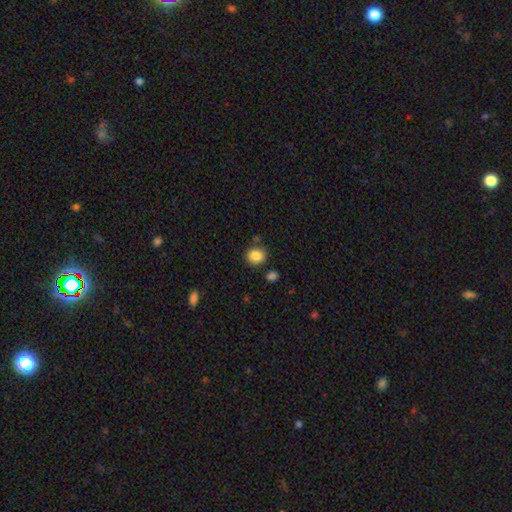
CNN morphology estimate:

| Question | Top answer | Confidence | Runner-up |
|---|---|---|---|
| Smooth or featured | smooth | 87% | star or artifact (9%) |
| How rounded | round | 77% | in between (22%) |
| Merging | none | 82% | minor disturbance (10%) |